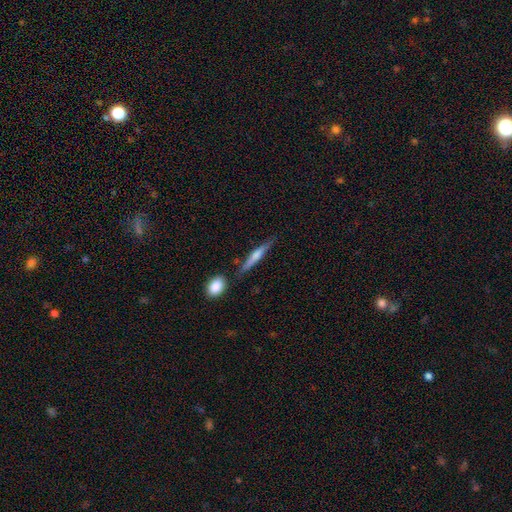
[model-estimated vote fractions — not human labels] Smooth or featured? smooth (54%)
How rounded? cigar-shaped (89%)
Merging? none (75%)